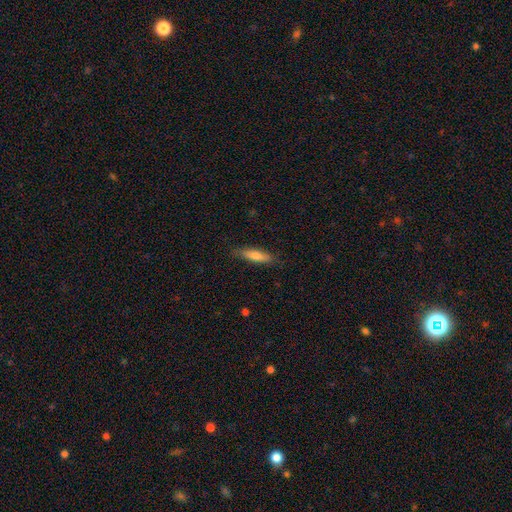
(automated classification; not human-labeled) Smooth or featured? Predicted: smooth (p=0.72). How rounded? Predicted: cigar-shaped (p=0.77). Merging? Predicted: none (p=0.84).